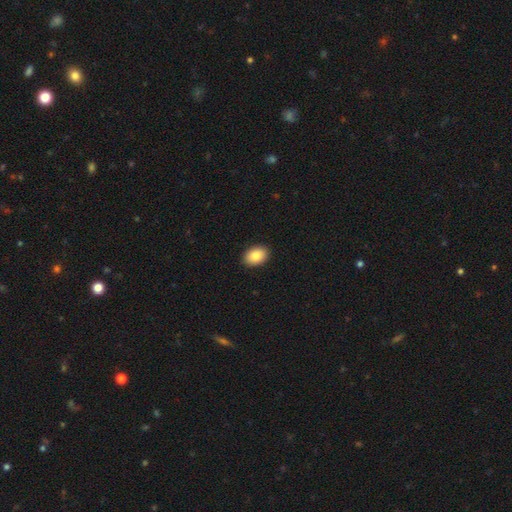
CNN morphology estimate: The model was most divided on "how rounded": in between: 85%, round: 14%, cigar-shaped: 1%. More confident: merging — none (91%); smooth or featured — smooth (86%).